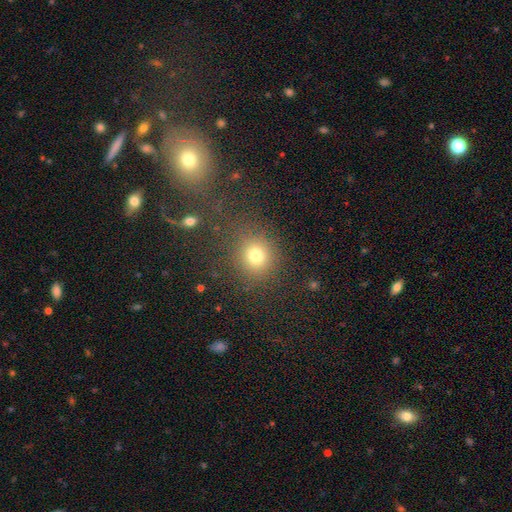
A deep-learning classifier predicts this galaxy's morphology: Smooth or featured? Predicted: smooth (p=0.76). How rounded? Predicted: round (p=0.85). Merging? Predicted: none (p=0.75).